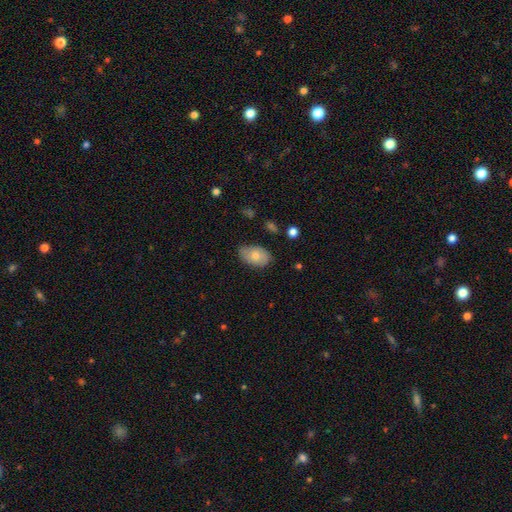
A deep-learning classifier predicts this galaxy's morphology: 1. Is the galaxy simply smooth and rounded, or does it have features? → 72% smooth, 21% featured or disk, 7% star or artifact.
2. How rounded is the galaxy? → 91% in between, 8% round, 1% cigar-shaped.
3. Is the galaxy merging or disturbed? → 73% none, 22% minor disturbance, 4% major disturbance, 2% merger.